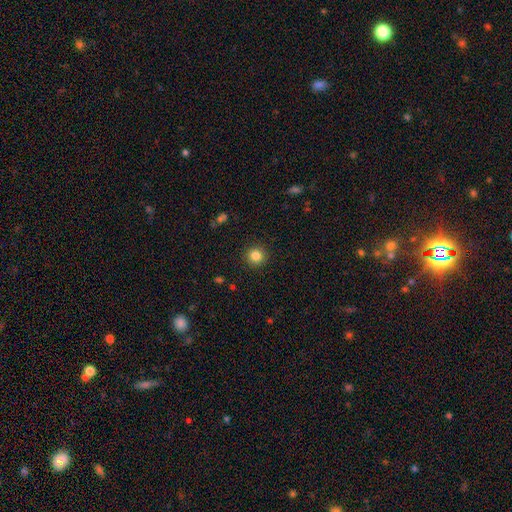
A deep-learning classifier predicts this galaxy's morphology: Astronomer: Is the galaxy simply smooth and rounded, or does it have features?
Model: smooth — 84%.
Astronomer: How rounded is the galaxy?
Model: round — 93%.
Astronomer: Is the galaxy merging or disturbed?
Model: none — 92%.